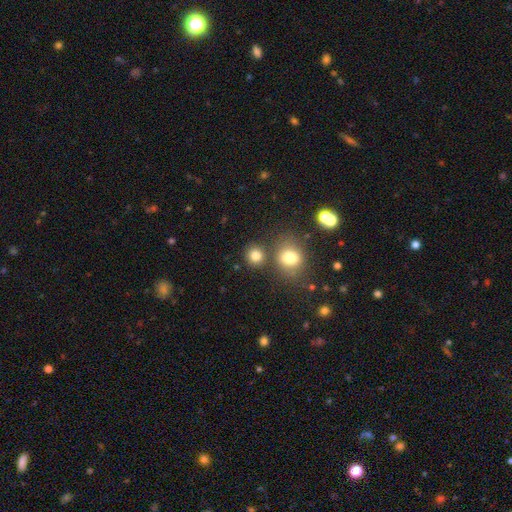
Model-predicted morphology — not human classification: Smooth or featured: smooth — 80% (star or artifact — 14%)
How rounded: round — 86% (in between — 13%)
Merging: none — 75% (merger — 14%)